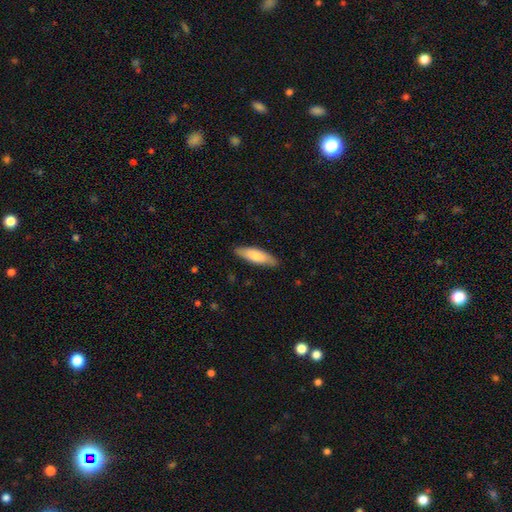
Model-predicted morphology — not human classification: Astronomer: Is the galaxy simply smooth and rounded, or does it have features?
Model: smooth — 75%.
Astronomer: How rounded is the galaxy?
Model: cigar-shaped — 55% (runner-up: in between, 44%).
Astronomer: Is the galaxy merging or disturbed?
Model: none — 86%.